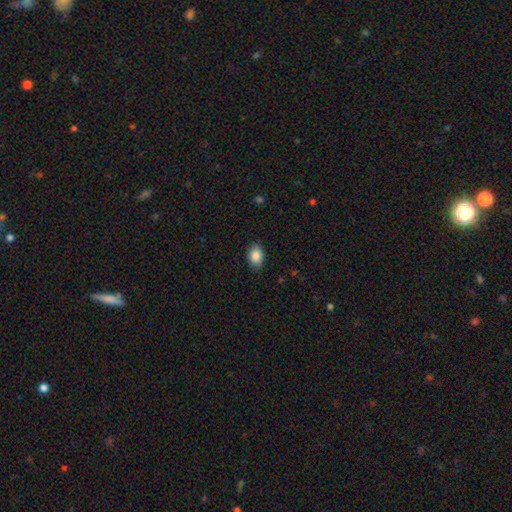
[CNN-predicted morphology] smooth 87%, star or artifact 8%, featured or disk 5%. Down the decision tree: how rounded — in between (81%); merging — none (87%).